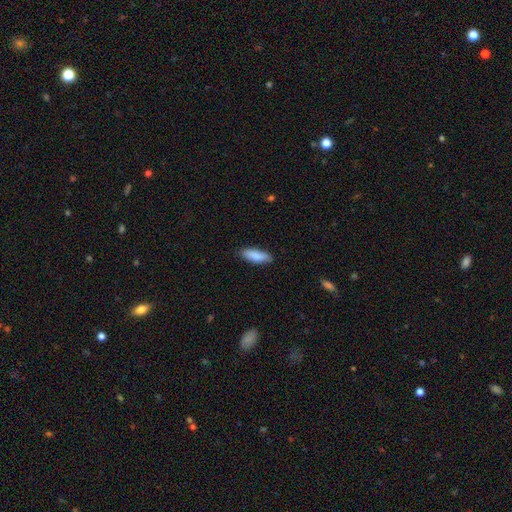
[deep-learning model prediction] A smooth galaxy with no disk features (85%) that is in between round and cigar-shaped (57%). Merging: none (86%).